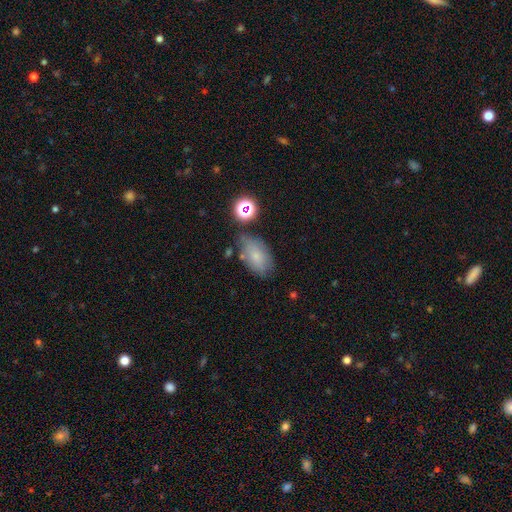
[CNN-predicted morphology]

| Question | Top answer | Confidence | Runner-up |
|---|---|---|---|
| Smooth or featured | smooth | 71% | featured or disk (16%) |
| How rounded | in between | 89% | round (9%) |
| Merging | none | 64% | minor disturbance (22%) |